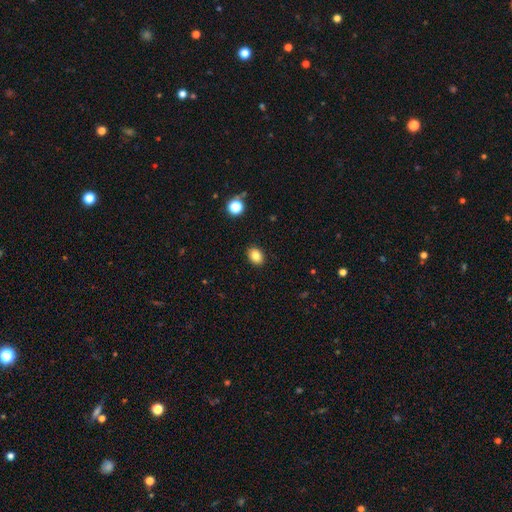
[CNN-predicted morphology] Smooth or featured?
  - smooth: 85% *
  - star or artifact: 10%
  - featured or disk: 5%
How rounded?
  - in between: 65% *
  - round: 34%
  - cigar-shaped: 1%
Merging?
  - none: 89% *
  - minor disturbance: 8%
  - major disturbance: 2%
  - merger: 1%